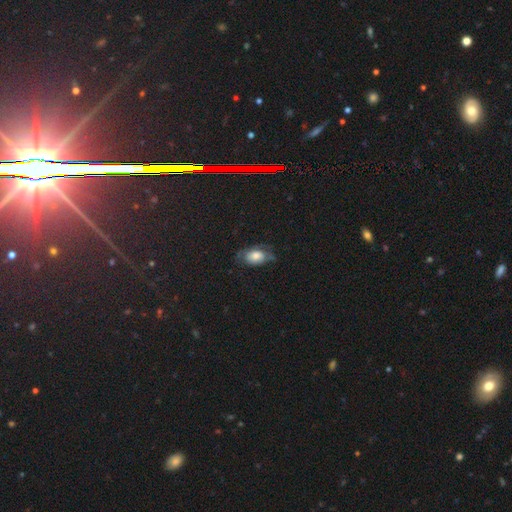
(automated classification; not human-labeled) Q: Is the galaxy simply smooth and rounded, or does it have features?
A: smooth — 54%.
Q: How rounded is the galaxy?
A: in between — 85%.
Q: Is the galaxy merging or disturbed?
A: none — 51%.